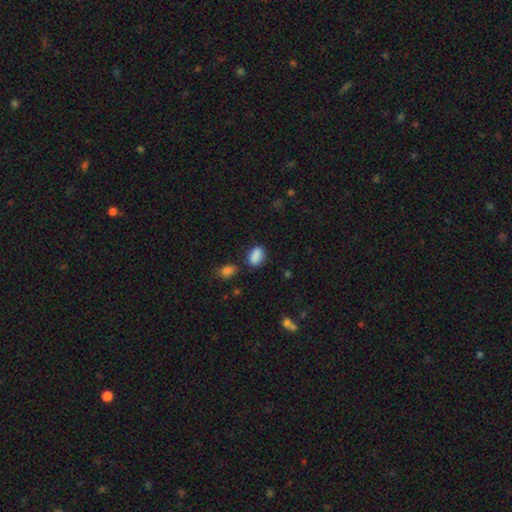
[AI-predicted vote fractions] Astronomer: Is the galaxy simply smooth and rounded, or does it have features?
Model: smooth — 86%.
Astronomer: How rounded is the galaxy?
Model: in between — 85%.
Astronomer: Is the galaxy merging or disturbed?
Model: none — 70%.